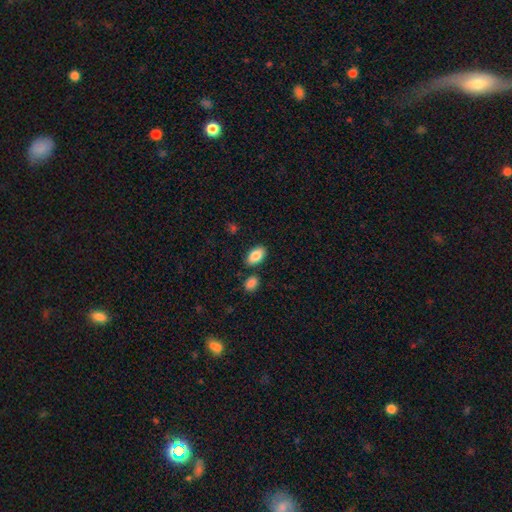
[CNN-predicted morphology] type=smooth (86%); roundness=in between (93%); merging=none (82%).